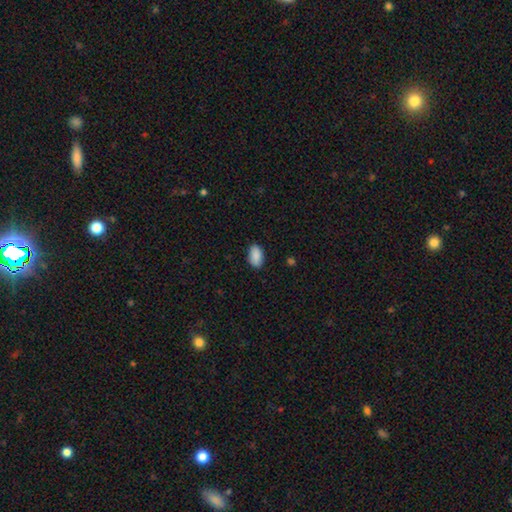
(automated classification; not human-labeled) smooth-or-featured: smooth: 90% | star or artifact: 7% | featured or disk: 4%
  how-rounded: in between: 93% | round: 5% | cigar-shaped: 2%
  merging: none: 85% | minor disturbance: 11% | major disturbance: 2% | merger: 1%